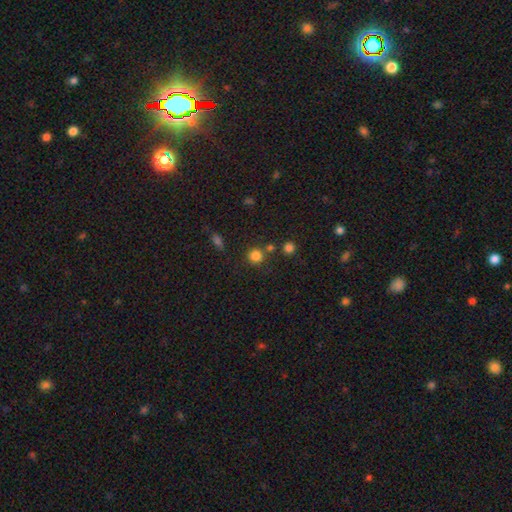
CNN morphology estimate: Smooth or featured?
  - smooth: 81% *
  - star or artifact: 14%
  - featured or disk: 5%
How rounded?
  - round: 91% *
  - in between: 8%
  - cigar-shaped: 1%
Merging?
  - none: 75% *
  - merger: 13%
  - minor disturbance: 8%
  - major disturbance: 4%